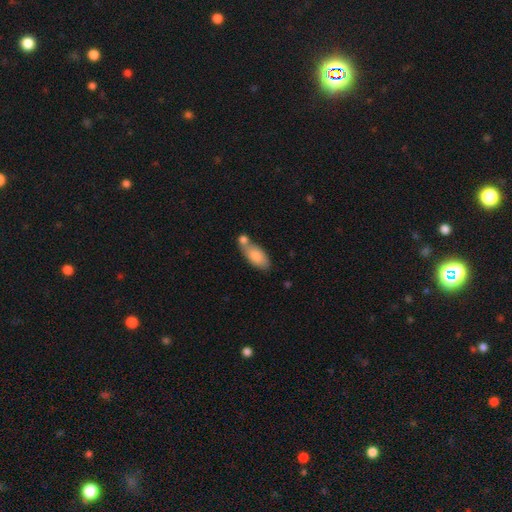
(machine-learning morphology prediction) Smooth or featured? smooth (80%)
How rounded? in between (86%)
Merging? merger (41%)